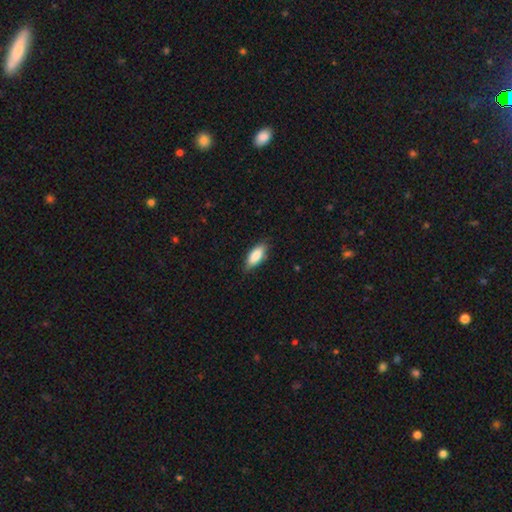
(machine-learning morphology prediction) type=smooth (84%); roundness=in between (77%); merging=none (80%).